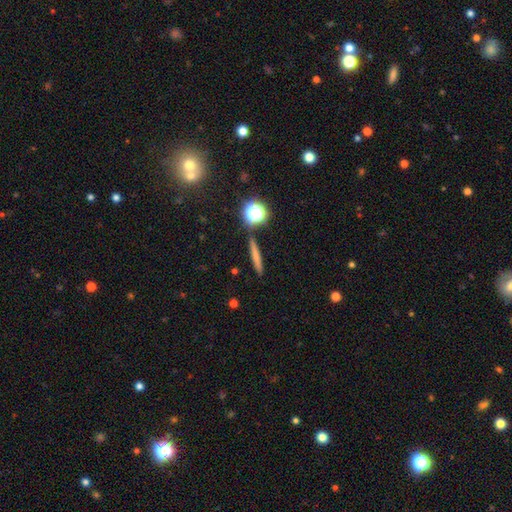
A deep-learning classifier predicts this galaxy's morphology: Smooth or featured: smooth — 64% (featured or disk — 23%)
How rounded: cigar-shaped — 88% (round — 7%)
Merging: none — 89% (minor disturbance — 7%)